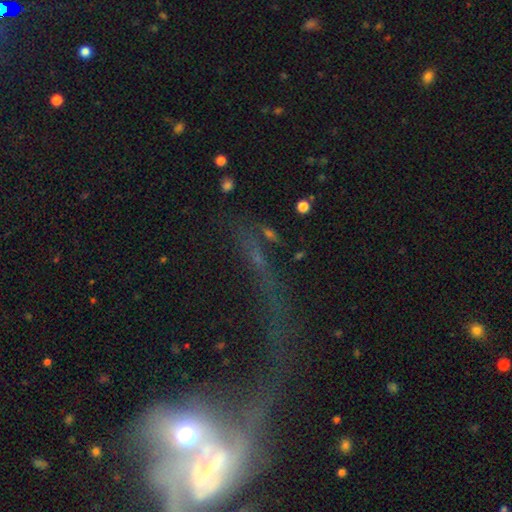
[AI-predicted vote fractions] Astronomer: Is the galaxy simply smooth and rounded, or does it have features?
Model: star or artifact — 45% (runner-up: featured or disk, 28%).